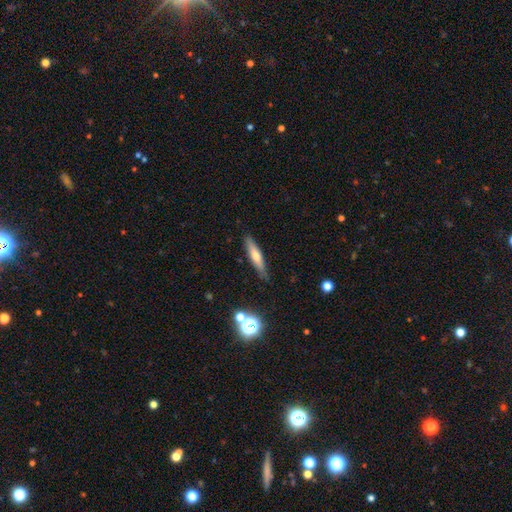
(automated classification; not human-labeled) A smooth galaxy with no disk features (54%) that is cigar-shaped (84%).

Vote fractions:
- Smooth or featured? smooth: 54% / featured or disk: 38% / star or artifact: 8%
- How rounded? cigar-shaped: 84% / in between: 14% / round: 2%
- Merging? none: 83% / minor disturbance: 12% / major disturbance: 2% / merger: 2%